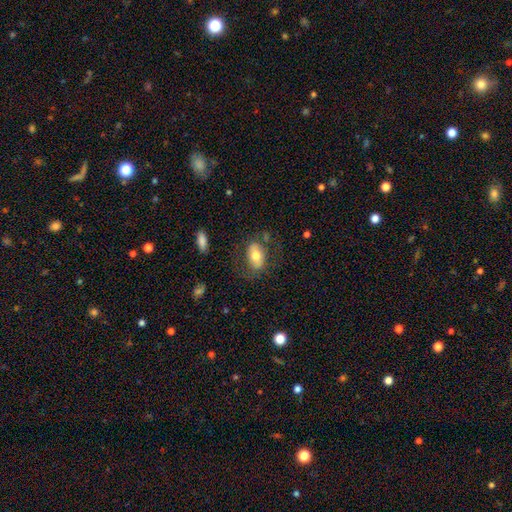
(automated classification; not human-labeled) Smooth or featured: smooth — 62% (featured or disk — 31%)
How rounded: in between — 89% (round — 9%)
Merging: none — 67% (minor disturbance — 18%)